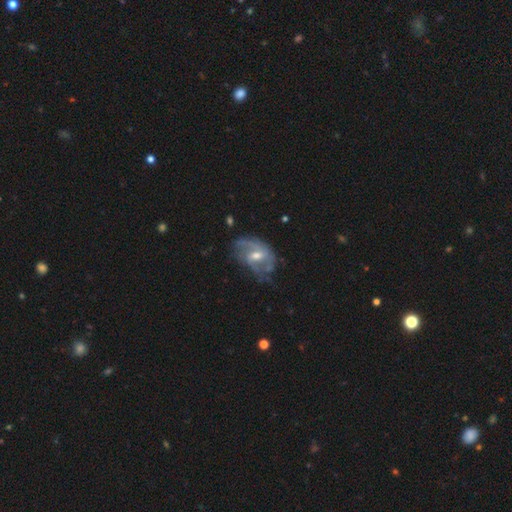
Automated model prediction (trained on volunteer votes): A featured or disk galaxy (79%) with a weak bar (52%), 2 (54%) medium (44%) spiral arms (87%) and a moderate central bulge (62%).

Vote fractions:
- Smooth or featured? featured or disk: 79% / smooth: 14% / star or artifact: 7%
- Edge-on disk? no: 96% / yes: 4%
- Bar? weak: 52% / no: 32% / strong: 16%
- Spiral arms? yes: 87% / no: 13%
- Spiral winding? medium: 44% / loose: 30% / tight: 26%
- Spiral arm count? 2: 54% / can't tell: 23% / 3: 10% / 1: 9% / 4: 3% / more than 4: 2%
- Bulge size? moderate: 62% / small: 32% / large: 3% / none: 2% / dominant: 1%
- Merging? none: 53% / minor disturbance: 27% / major disturbance: 17% / merger: 2%